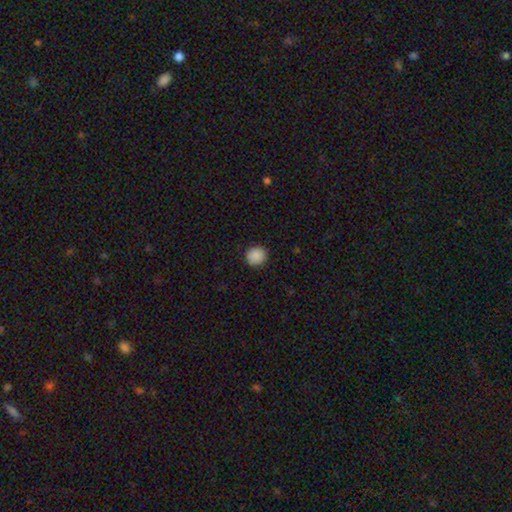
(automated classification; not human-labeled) Morphology: type=smooth (89%); roundness=round (87%); merging=none (90%).